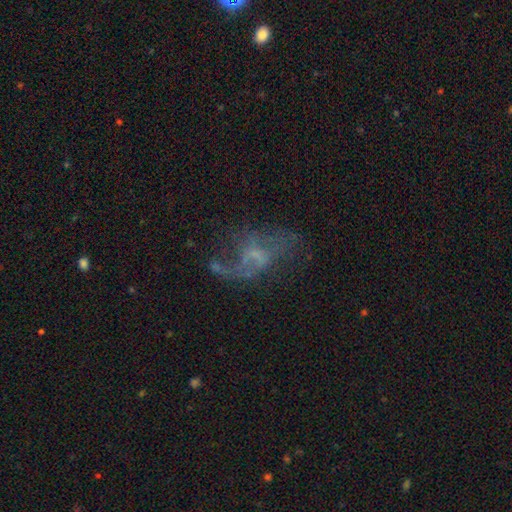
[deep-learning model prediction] Overall: featured or disk (66%). Edge-on disk: no (95%). Bar: no (55%; weak 36%). Spiral arms: yes (65%; no 35%). Bulge size: none (42%; small 38%). Merging: none (46%; major disturbance 31%).